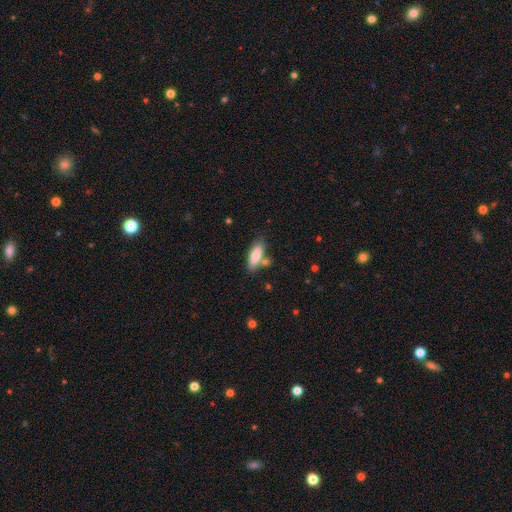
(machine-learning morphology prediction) Smooth or featured? smooth (82%)
How rounded? in between (67%)
Merging? none (65%)